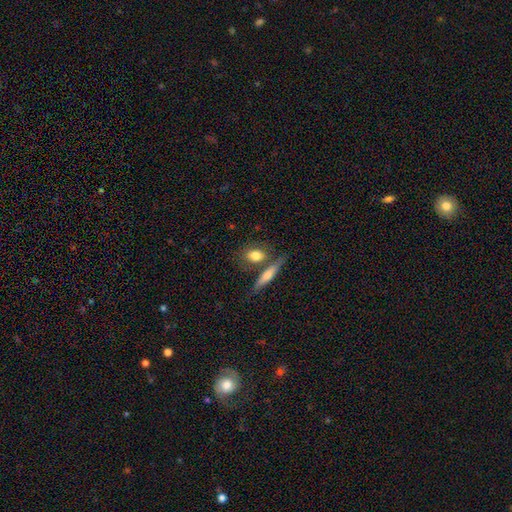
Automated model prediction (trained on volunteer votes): This is likely a smooth galaxy (76%). How rounded: likely in between (61%). Merging: possibly none (58%).